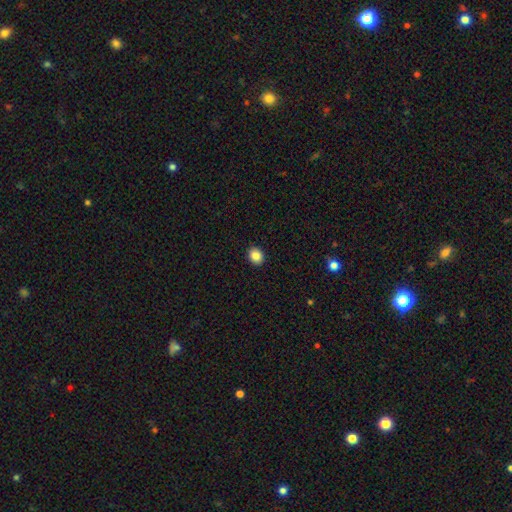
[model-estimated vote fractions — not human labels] Smooth or featured?
  - smooth: 85% *
  - star or artifact: 9%
  - featured or disk: 5%
How rounded?
  - round: 57% *
  - in between: 42%
  - cigar-shaped: 1%
Merging?
  - none: 92% *
  - minor disturbance: 6%
  - major disturbance: 2%
  - merger: 1%